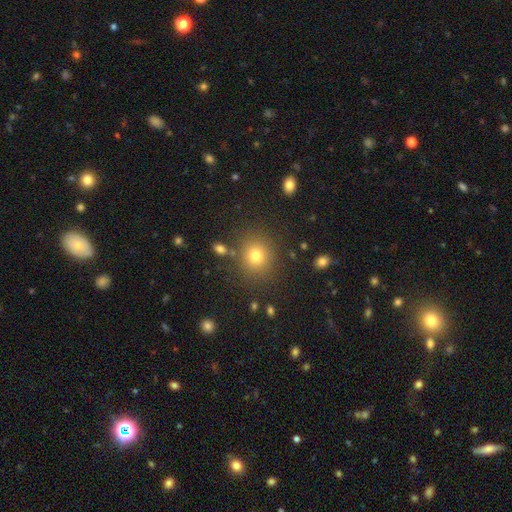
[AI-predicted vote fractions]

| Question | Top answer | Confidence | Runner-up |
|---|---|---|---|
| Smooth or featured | smooth | 76% | star or artifact (16%) |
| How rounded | round | 84% | in between (15%) |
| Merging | none | 84% | minor disturbance (8%) |